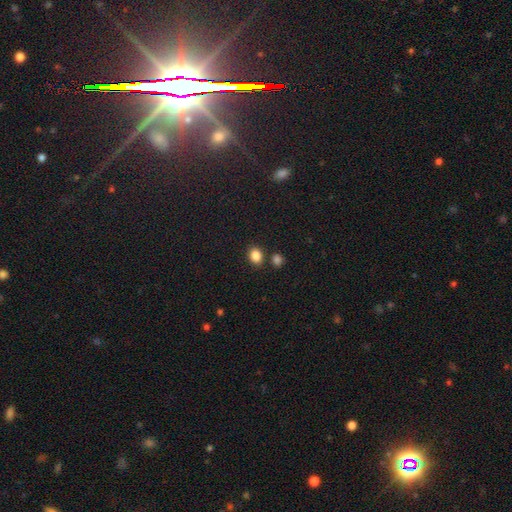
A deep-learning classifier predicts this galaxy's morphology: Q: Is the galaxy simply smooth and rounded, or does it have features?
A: smooth — 86%.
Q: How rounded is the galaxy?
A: in between — 55%.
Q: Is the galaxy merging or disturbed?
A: none — 79%.